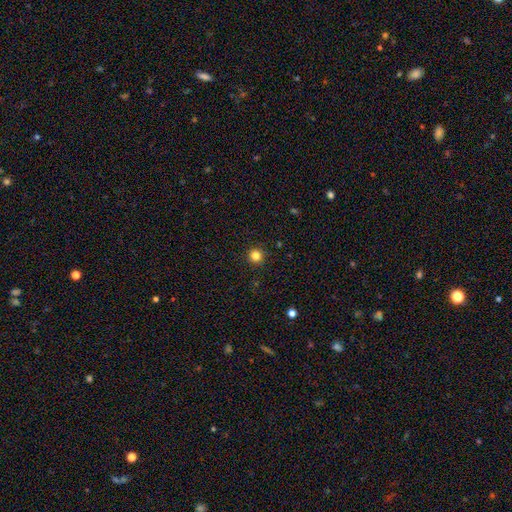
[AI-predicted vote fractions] smooth 83%, star or artifact 13%, featured or disk 4%. Down the decision tree: how rounded — round (96%); merging — none (93%).